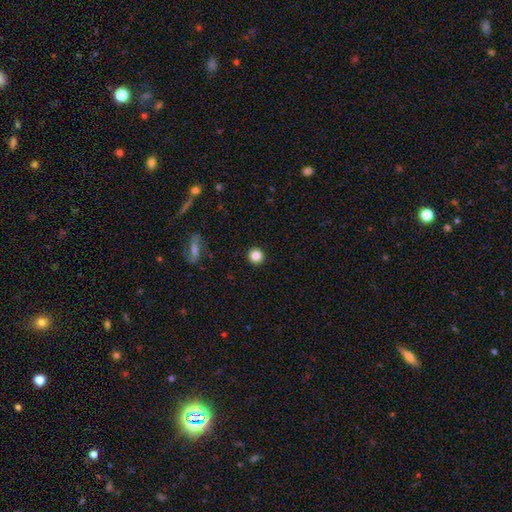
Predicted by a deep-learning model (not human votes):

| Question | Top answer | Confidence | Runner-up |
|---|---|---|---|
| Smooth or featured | smooth | 85% | star or artifact (10%) |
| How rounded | round | 92% | in between (7%) |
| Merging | none | 92% | minor disturbance (5%) |